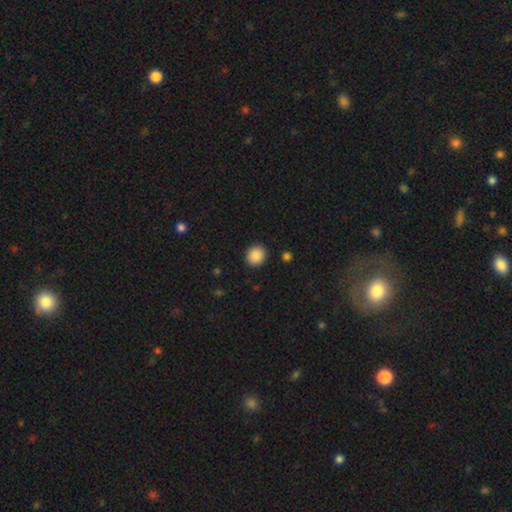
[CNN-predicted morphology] Overall: smooth (88%). How rounded: round (88%). Merging: none (92%).